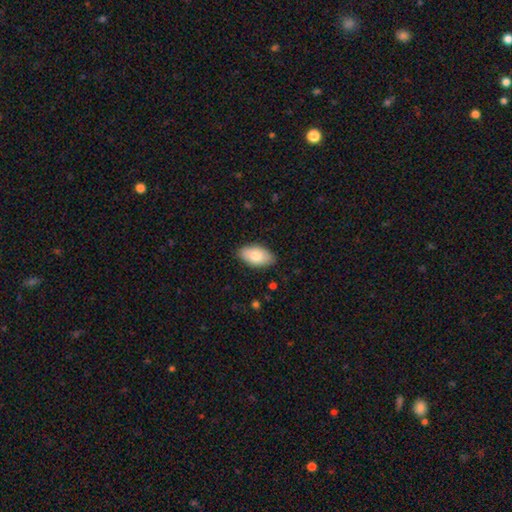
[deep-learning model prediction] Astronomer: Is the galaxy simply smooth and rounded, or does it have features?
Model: smooth — 79%.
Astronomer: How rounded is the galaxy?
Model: in between — 94%.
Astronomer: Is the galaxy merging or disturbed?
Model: none — 84%.